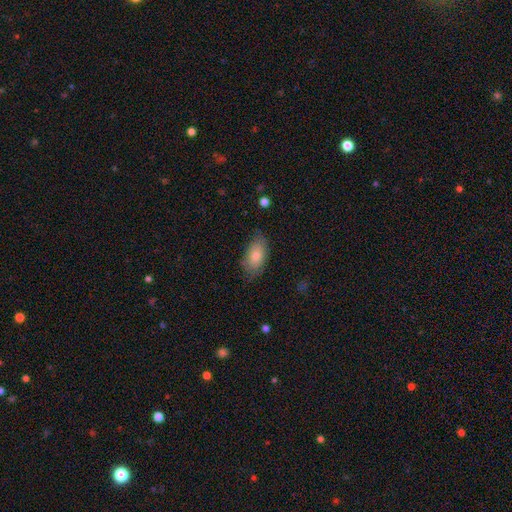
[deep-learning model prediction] A smooth galaxy with no disk features (78%) that is in between round and cigar-shaped (93%). Merging: none (70%).